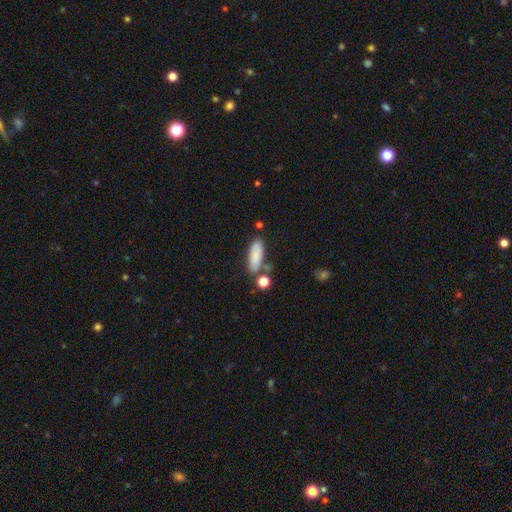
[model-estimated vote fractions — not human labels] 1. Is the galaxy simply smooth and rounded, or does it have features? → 81% smooth, 11% featured or disk, 8% star or artifact.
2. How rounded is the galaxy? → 69% in between, 29% cigar-shaped, 3% round.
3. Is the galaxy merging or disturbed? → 65% none, 18% minor disturbance, 12% merger, 5% major disturbance.